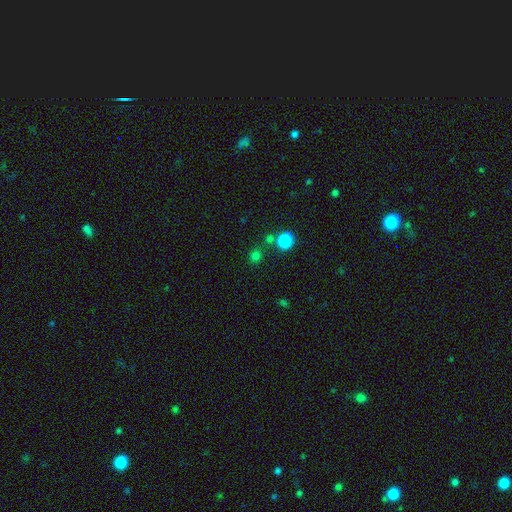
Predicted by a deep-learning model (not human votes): smooth_or_featured: smooth (p=0.75) [alt: star or artifact p=0.20]
how_rounded: round (p=0.87) [alt: in between p=0.12]
merging: none (p=0.74) [alt: merger p=0.14]